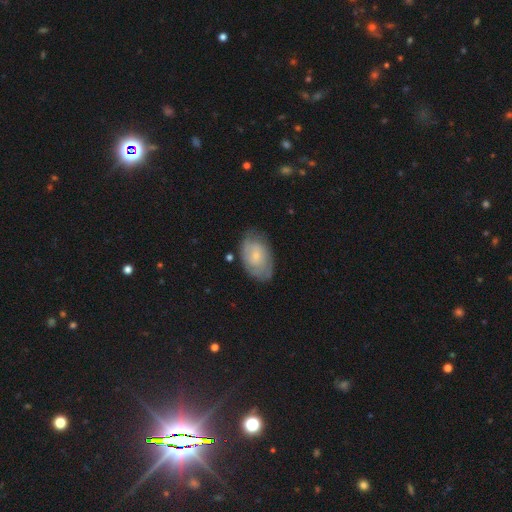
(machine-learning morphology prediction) This is possibly a featured or disk galaxy (57%). It is clearly not viewed edge-on (96%). Bar: likely no (67%). Spiral arm pattern: clearly yes (81%). Central bulge: likely small (72%). Merging: likely none (71%).